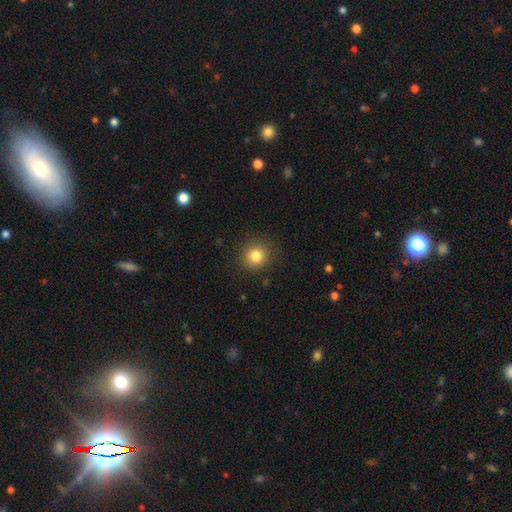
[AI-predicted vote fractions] Smooth or featured? Predicted: smooth (p=0.82). How rounded? Predicted: round (p=0.90). Merging? Predicted: none (p=0.89).